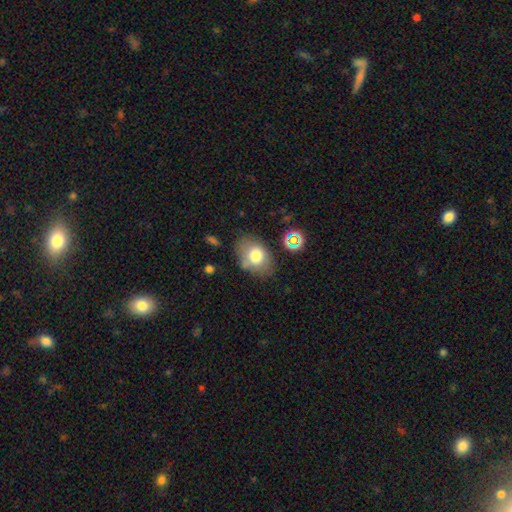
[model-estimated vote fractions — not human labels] Smooth or featured: smooth — 74% (featured or disk — 16%)
How rounded: in between — 76% (round — 23%)
Merging: none — 69% (minor disturbance — 19%)